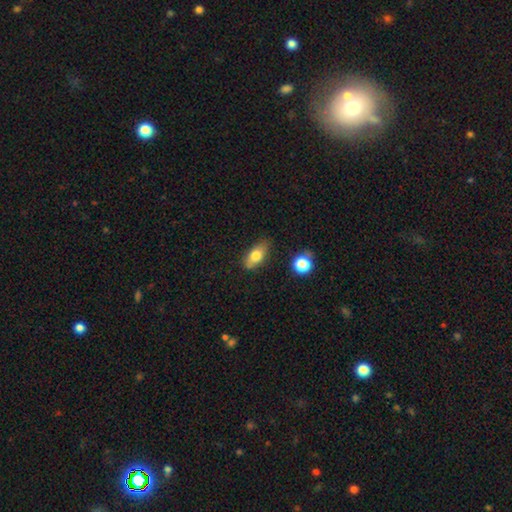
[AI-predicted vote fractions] smooth_or_featured: smooth (p=0.75) [alt: featured or disk p=0.17]
how_rounded: in between (p=0.83) [alt: cigar-shaped p=0.09]
merging: none (p=0.78) [alt: minor disturbance p=0.16]